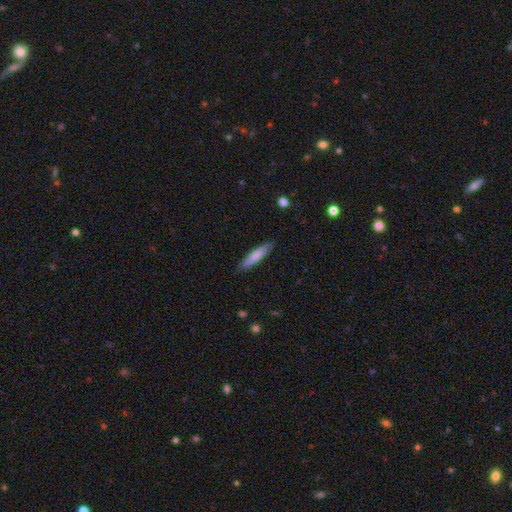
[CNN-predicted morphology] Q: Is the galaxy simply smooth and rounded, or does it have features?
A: smooth — 78%.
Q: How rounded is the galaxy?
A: cigar-shaped — 82%.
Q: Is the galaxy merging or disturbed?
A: none — 87%.